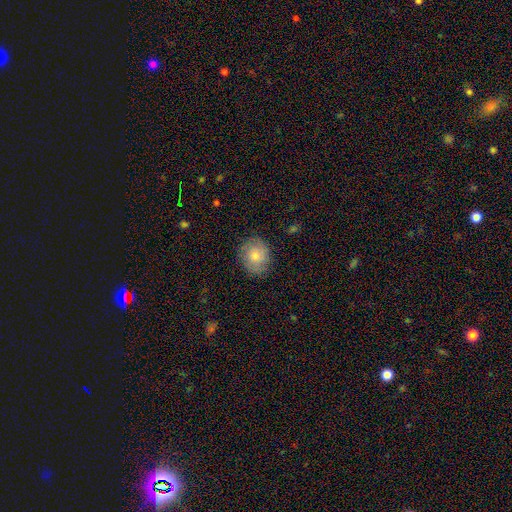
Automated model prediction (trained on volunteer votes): Overall: smooth (72%). How rounded: round (67%; in between 32%). Merging: none (80%).